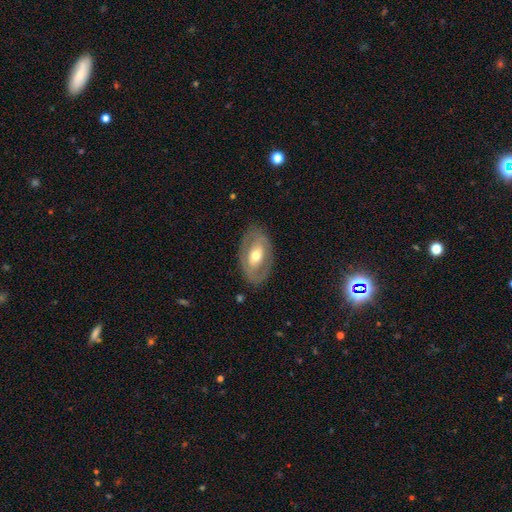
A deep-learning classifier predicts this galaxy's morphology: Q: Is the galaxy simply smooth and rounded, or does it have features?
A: featured or disk — 61%.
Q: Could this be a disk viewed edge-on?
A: no — 90%.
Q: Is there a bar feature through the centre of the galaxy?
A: no — 49%.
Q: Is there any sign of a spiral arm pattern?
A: no — 61%.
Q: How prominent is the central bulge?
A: moderate — 68%.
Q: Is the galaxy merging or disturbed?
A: none — 79%.